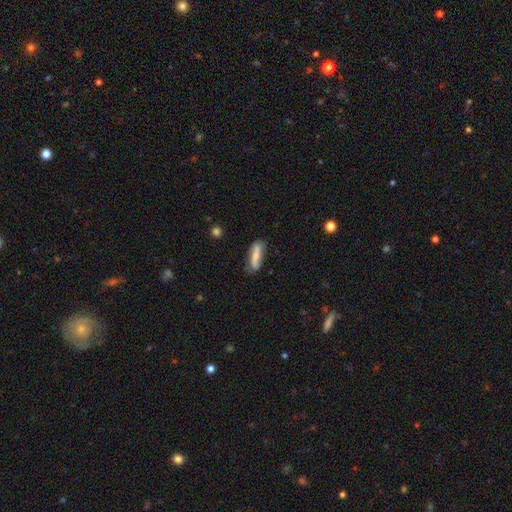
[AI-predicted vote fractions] Morphology: type=smooth (65%); roundness=cigar-shaped (58%); merging=none (68%).